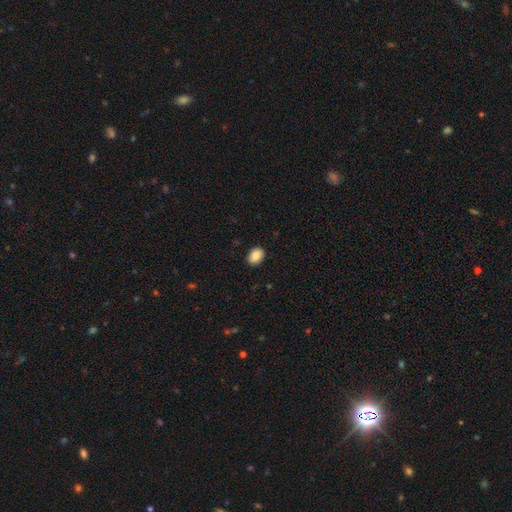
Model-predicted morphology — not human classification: A smooth galaxy with no disk features (87%) that is in between round and cigar-shaped (72%).

Vote fractions:
- Smooth or featured? smooth: 87% / star or artifact: 7% / featured or disk: 5%
- How rounded? in between: 72% / round: 27% / cigar-shaped: 1%
- Merging? none: 87% / minor disturbance: 10% / major disturbance: 2% / merger: 1%